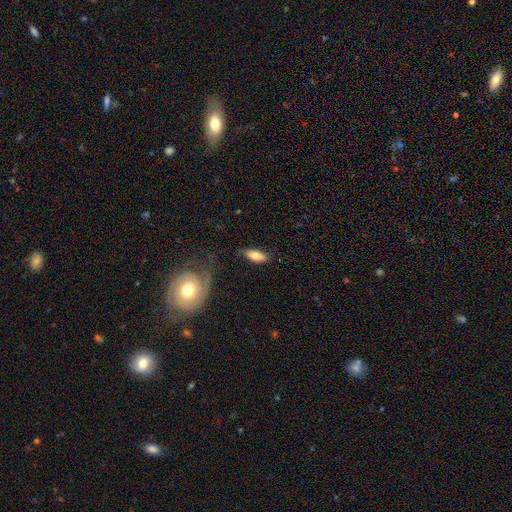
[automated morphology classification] Q: Smooth or featured?
A: smooth (77%); runner-up: featured or disk (16%)
Q: How rounded?
A: in between (78%); runner-up: cigar-shaped (19%)
Q: Merging?
A: none (80%); runner-up: minor disturbance (14%)